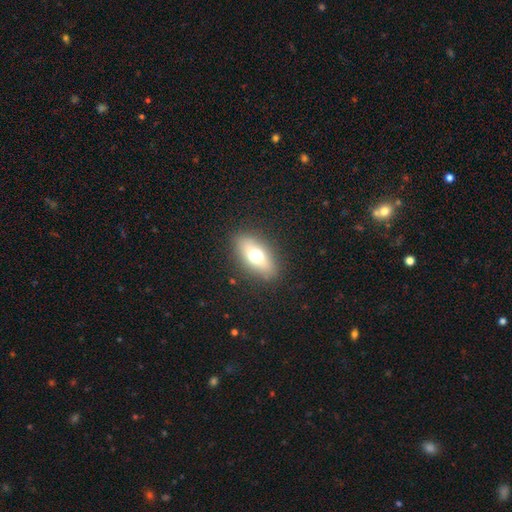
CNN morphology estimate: Smooth or featured? smooth (63%)
How rounded? in between (78%)
Merging? none (86%)